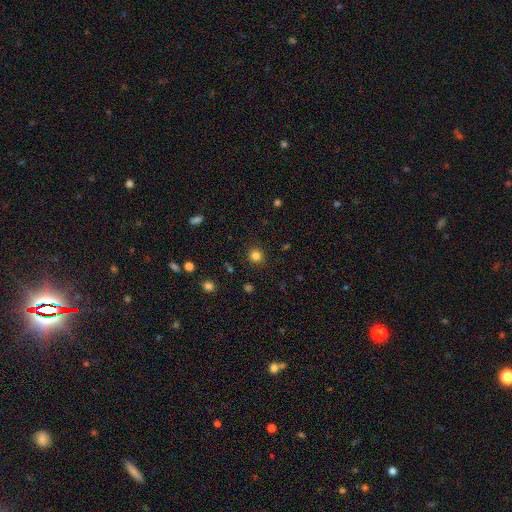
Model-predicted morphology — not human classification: Smooth or featured?
  - smooth: 83% *
  - star or artifact: 13%
  - featured or disk: 4%
How rounded?
  - round: 90% *
  - in between: 9%
  - cigar-shaped: 1%
Merging?
  - none: 90% *
  - minor disturbance: 7%
  - major disturbance: 2%
  - merger: 1%